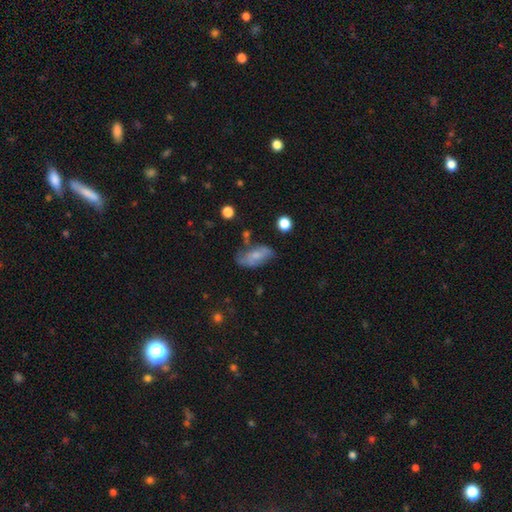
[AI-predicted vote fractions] The model was most divided on "merging": none: 52%, minor disturbance: 29%, major disturbance: 12%, merger: 6%. More confident: how rounded — in between (88%); smooth or featured — smooth (59%).